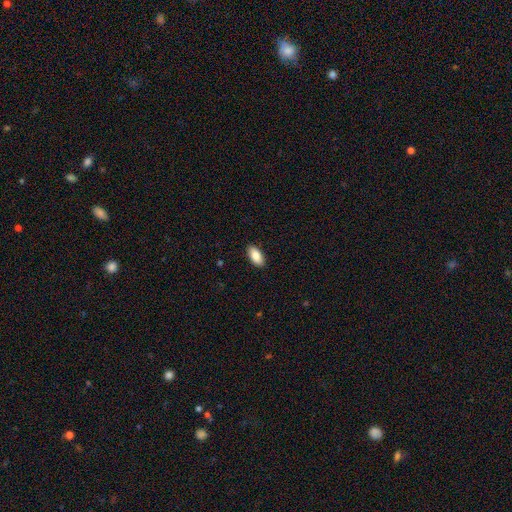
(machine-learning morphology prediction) Smooth or featured? Predicted: smooth (p=0.85). How rounded? Predicted: in between (p=0.93). Merging? Predicted: none (p=0.90).